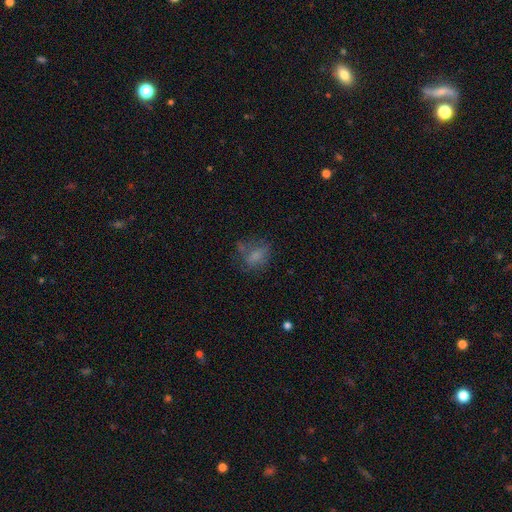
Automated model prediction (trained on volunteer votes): Smooth or featured?
  - smooth: 65% *
  - featured or disk: 21%
  - star or artifact: 14%
How rounded?
  - in between: 69% *
  - round: 28%
  - cigar-shaped: 3%
Merging?
  - none: 44% *
  - minor disturbance: 24%
  - major disturbance: 24%
  - merger: 8%